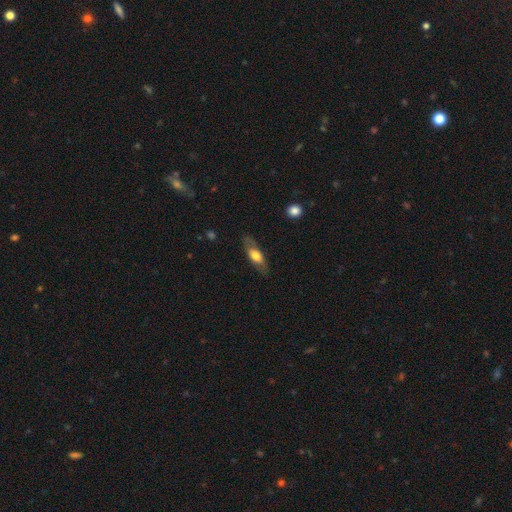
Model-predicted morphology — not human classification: Smooth or featured: smooth — 57% (featured or disk — 37%)
How rounded: in between — 63% (cigar-shaped — 34%)
Merging: none — 79% (minor disturbance — 15%)